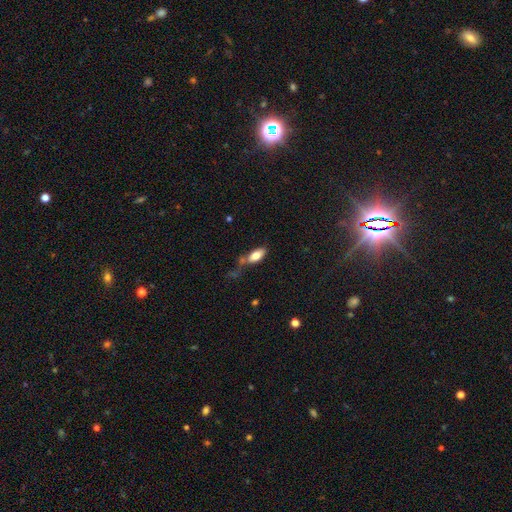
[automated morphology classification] A smooth galaxy with no disk features (78%) that is in between round and cigar-shaped (86%).

Vote fractions:
- Smooth or featured? smooth: 78% / featured or disk: 14% / star or artifact: 8%
- How rounded? in between: 86% / cigar-shaped: 12% / round: 3%
- Merging? none: 50% / minor disturbance: 22% / merger: 17% / major disturbance: 11%